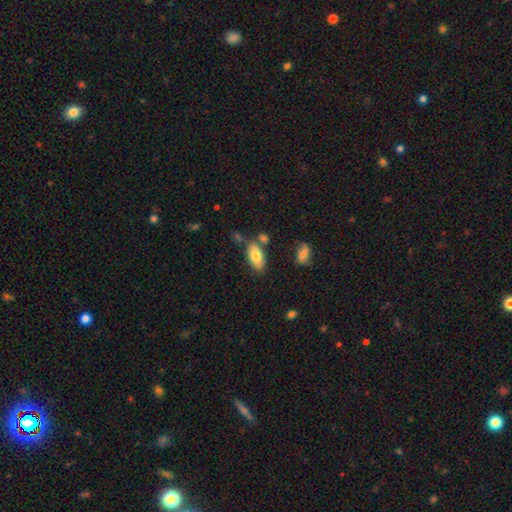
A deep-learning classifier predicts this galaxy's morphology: The model was most divided on "merging": none: 69%, minor disturbance: 16%, merger: 11%, major disturbance: 4%. More confident: how rounded — in between (86%); smooth or featured — smooth (78%).